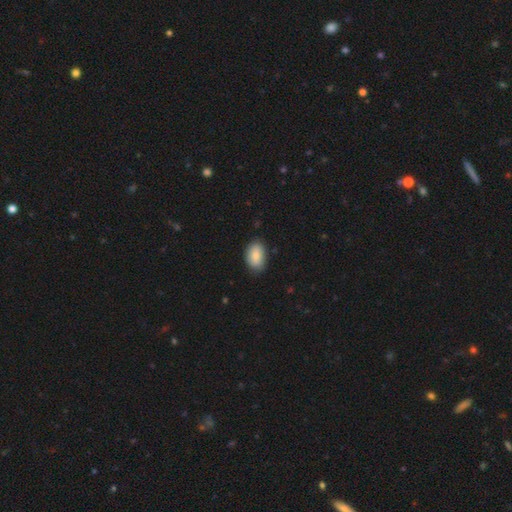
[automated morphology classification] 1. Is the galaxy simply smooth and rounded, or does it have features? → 85% smooth, 9% featured or disk, 7% star or artifact.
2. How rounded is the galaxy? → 88% in between, 10% round, 1% cigar-shaped.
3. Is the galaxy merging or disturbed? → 83% none, 14% minor disturbance, 3% major disturbance, 1% merger.